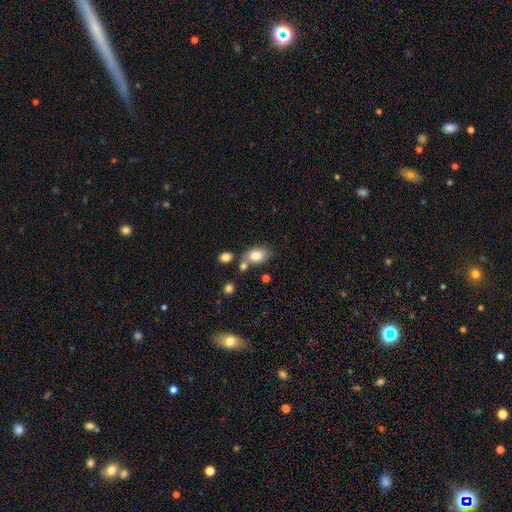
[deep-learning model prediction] The model was most divided on "merging": none: 56%, merger: 23%, minor disturbance: 16%, major disturbance: 5%. More confident: smooth or featured — smooth (80%); how rounded — in between (80%).